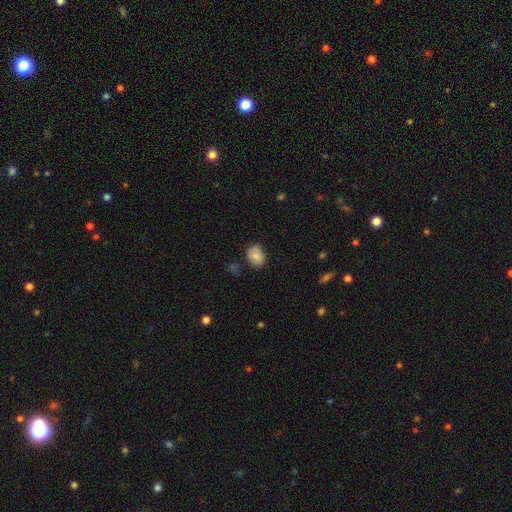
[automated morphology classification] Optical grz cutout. It shows a smooth galaxy with no disk features (79%) that is in between round and cigar-shaped (66%). Merging: none (72%).